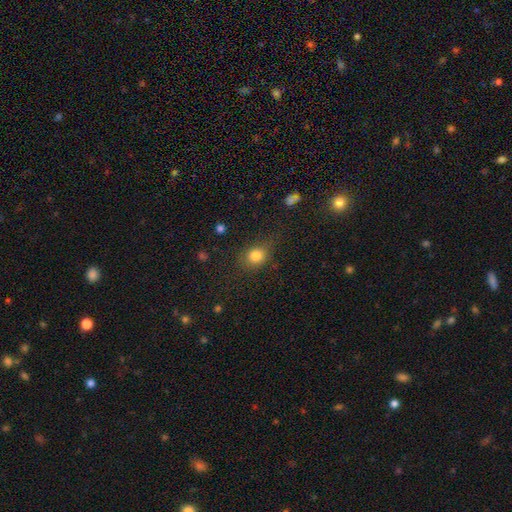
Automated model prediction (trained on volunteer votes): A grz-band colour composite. It shows a smooth galaxy with no disk features (81%) that is round (66%). Merging: none (69%).